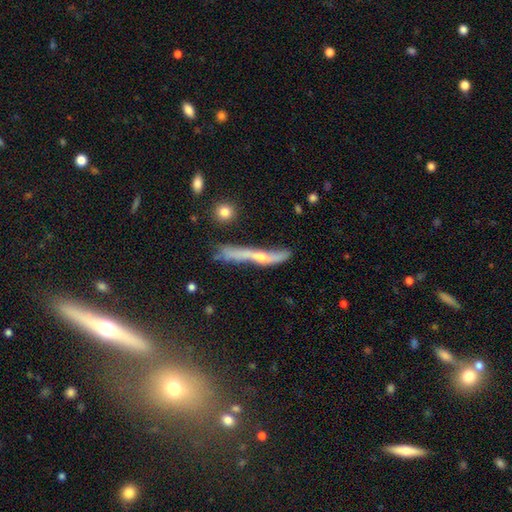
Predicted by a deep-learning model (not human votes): Morphology: type=featured or disk (65%); edge-on=yes (82%); edge-on bulge=rounded (60%); merging=none (58%).